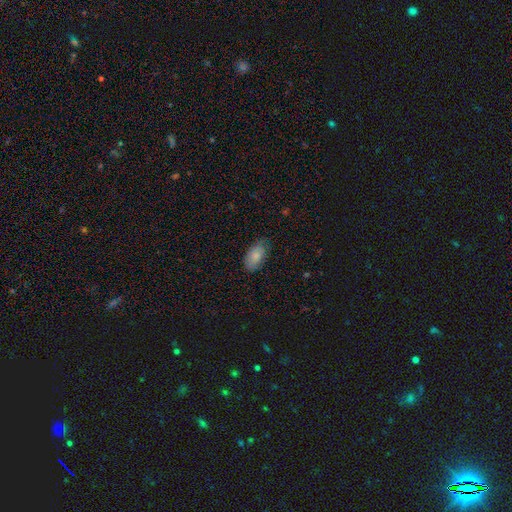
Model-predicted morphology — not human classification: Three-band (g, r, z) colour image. It shows a smooth galaxy with no disk features (82%) that is in between round and cigar-shaped (93%). Merging: none (71%).